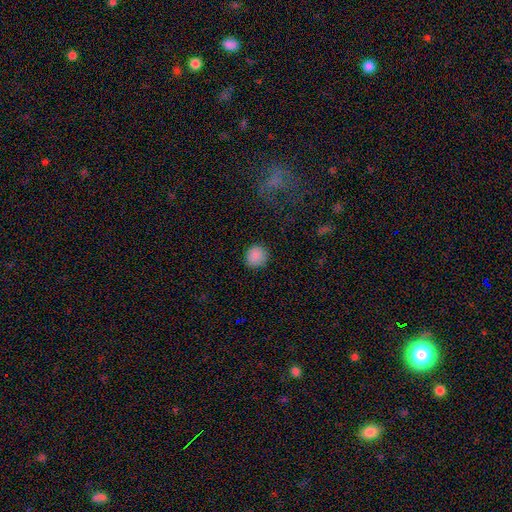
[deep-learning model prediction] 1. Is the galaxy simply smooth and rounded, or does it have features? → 88% smooth, 9% star or artifact, 3% featured or disk.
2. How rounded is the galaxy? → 91% round, 8% in between, 1% cigar-shaped.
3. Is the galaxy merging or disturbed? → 89% none, 8% minor disturbance, 2% major disturbance, 1% merger.